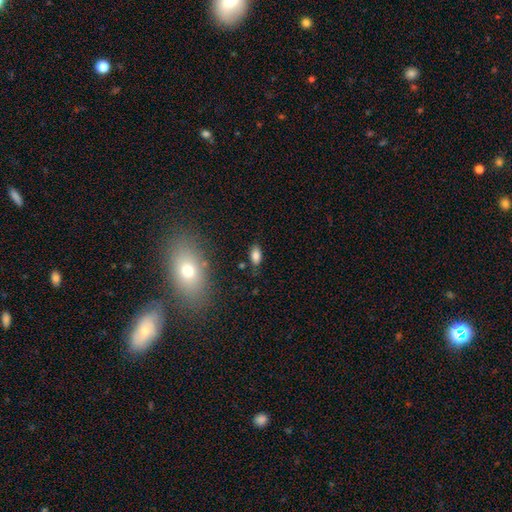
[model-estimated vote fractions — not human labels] smooth_or_featured: smooth (p=0.83) [alt: star or artifact p=0.10]
how_rounded: in between (p=0.90) [alt: cigar-shaped p=0.05]
merging: none (p=0.81) [alt: minor disturbance p=0.13]